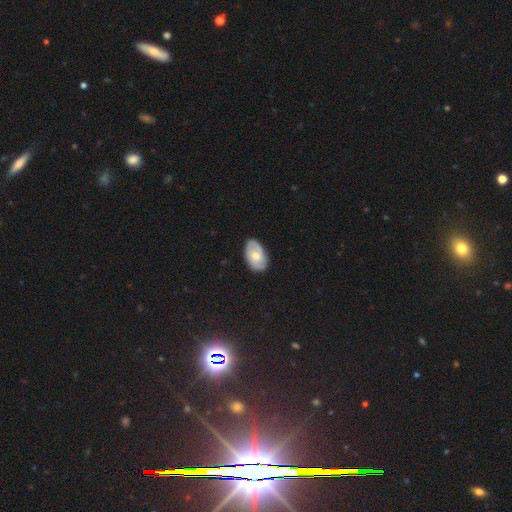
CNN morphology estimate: smooth_or_featured: featured or disk (p=0.50) [alt: smooth p=0.43]
merging: none (p=0.82) [alt: minor disturbance p=0.14]